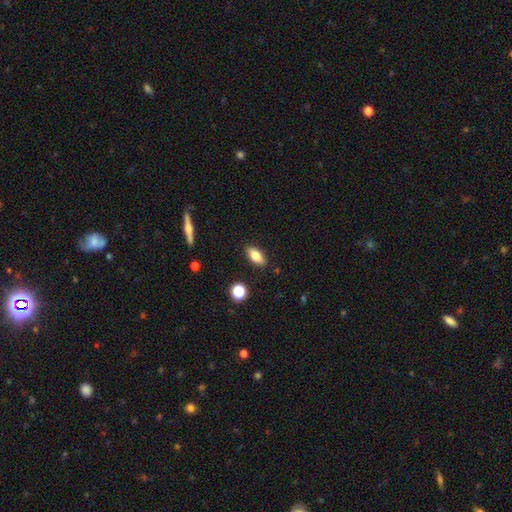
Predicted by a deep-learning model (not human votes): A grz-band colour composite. It shows a smooth galaxy with no disk features (77%) that is in between round and cigar-shaped (83%). Merging: none (87%).